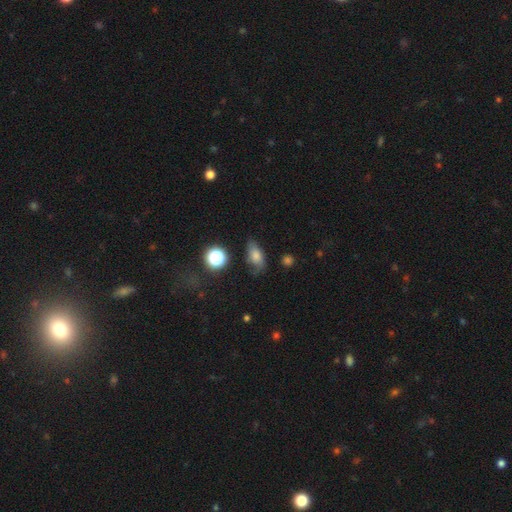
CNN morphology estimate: smooth 69%, featured or disk 18%, star or artifact 13%. Down the decision tree: how rounded — in between (81%); merging — none (60%).